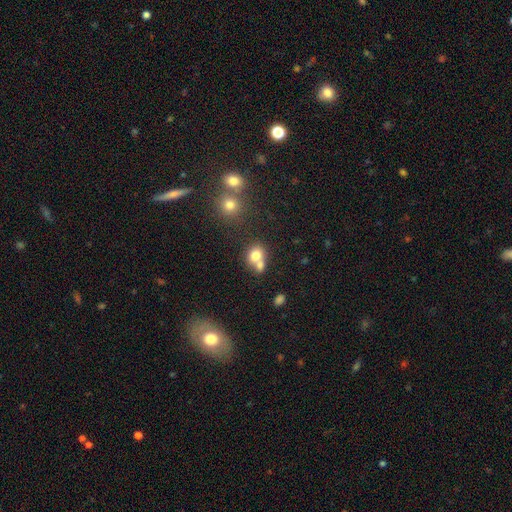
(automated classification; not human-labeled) Overall: smooth (76%). How rounded: round (62%; in between 37%). Merging: merger (54%; none 34%).